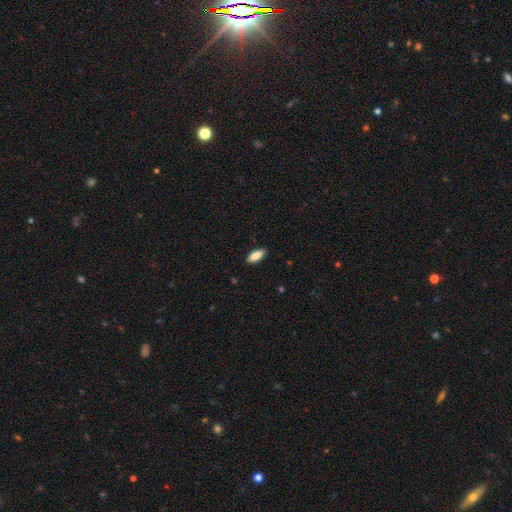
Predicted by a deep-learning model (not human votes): This is clearly a smooth galaxy (89%). How rounded: clearly in between (84%). Merging: clearly none (88%).